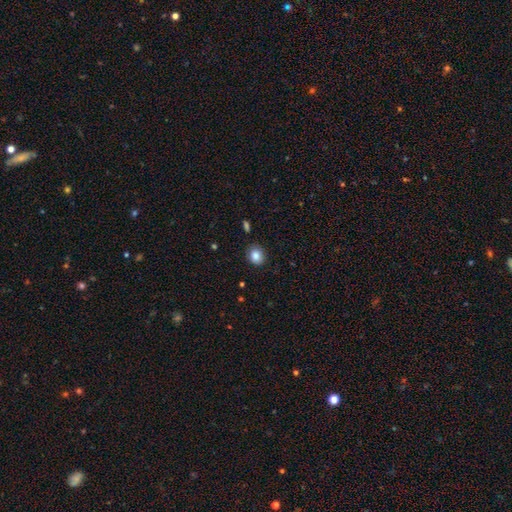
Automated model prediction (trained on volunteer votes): This is clearly a smooth galaxy (85%). How rounded: likely round (65%). Merging: clearly none (86%).